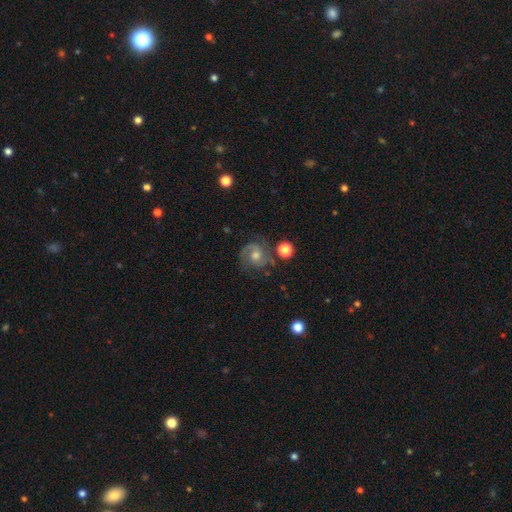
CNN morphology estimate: Smooth or featured? featured or disk (74%)
Edge-on disk? no (98%)
Bar? no (63%)
Spiral arms? yes (94%)
Spiral winding? medium (48%)
Spiral arm count? 2 (74%)
Bulge size? moderate (65%)
Merging? none (70%)